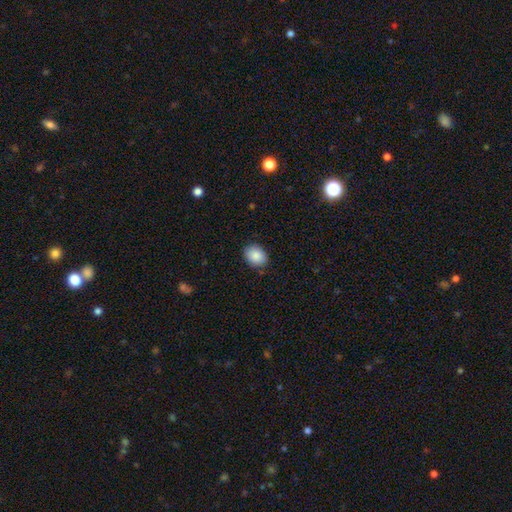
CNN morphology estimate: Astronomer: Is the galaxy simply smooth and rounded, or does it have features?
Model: smooth — 88%.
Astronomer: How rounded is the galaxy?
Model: in between — 52% (runner-up: round, 47%).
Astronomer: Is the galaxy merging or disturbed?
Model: none — 85%.